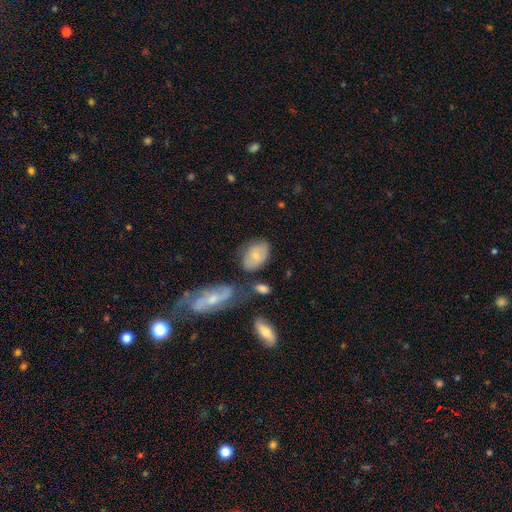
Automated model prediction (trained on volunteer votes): A smooth galaxy with no disk features (64%) that is in between round and cigar-shaped (87%). Merging: none (58%).